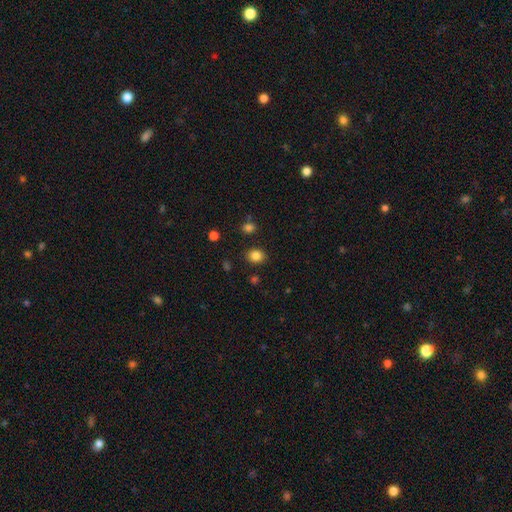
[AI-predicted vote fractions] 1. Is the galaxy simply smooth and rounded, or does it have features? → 83% smooth, 12% star or artifact, 5% featured or disk.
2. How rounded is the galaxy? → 57% round, 42% in between, 1% cigar-shaped.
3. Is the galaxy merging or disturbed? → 86% none, 9% minor disturbance, 3% merger, 3% major disturbance.